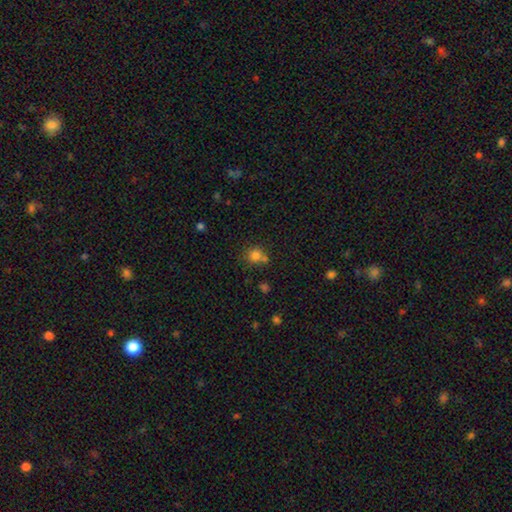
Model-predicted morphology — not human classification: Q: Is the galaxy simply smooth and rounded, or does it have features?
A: smooth — 77%.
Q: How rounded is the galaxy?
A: round — 89%.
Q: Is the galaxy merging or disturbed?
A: none — 61%.